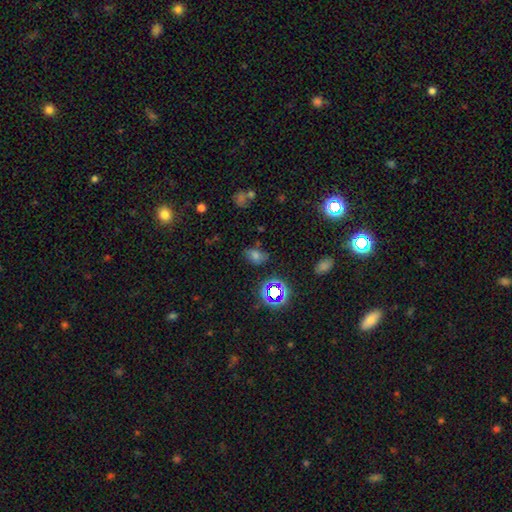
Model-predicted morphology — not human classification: type=smooth (45%); merging=none (73%).